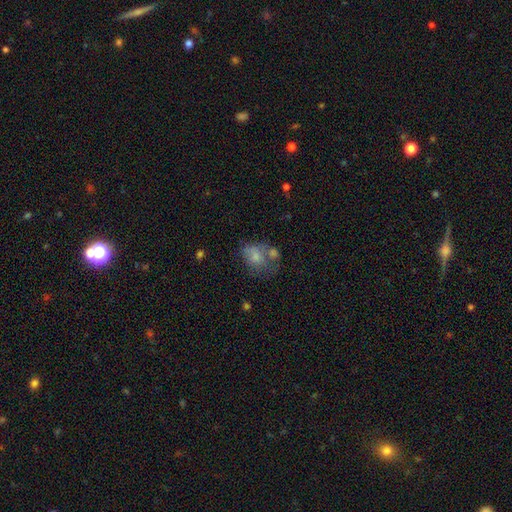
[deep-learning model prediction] A smooth galaxy with no disk features (65%) that is in between round and cigar-shaped (57%).

Vote fractions:
- Smooth or featured? smooth: 65% / featured or disk: 24% / star or artifact: 11%
- How rounded? in between: 57% / round: 42% / cigar-shaped: 1%
- Merging? none: 30% / merger: 28% / minor disturbance: 21% / major disturbance: 21%